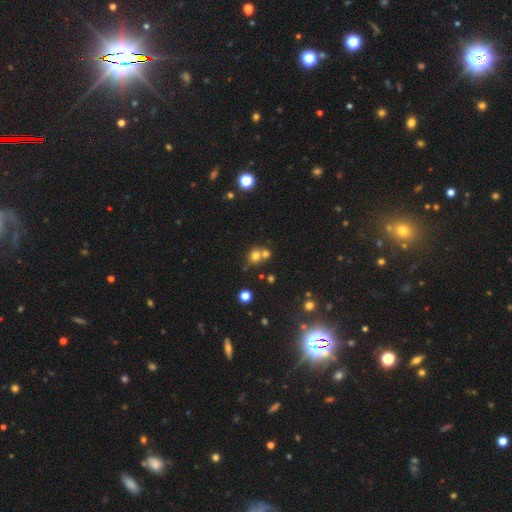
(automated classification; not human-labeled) Morphology: type=smooth (72%); roundness=round (83%); merging=none (47%).